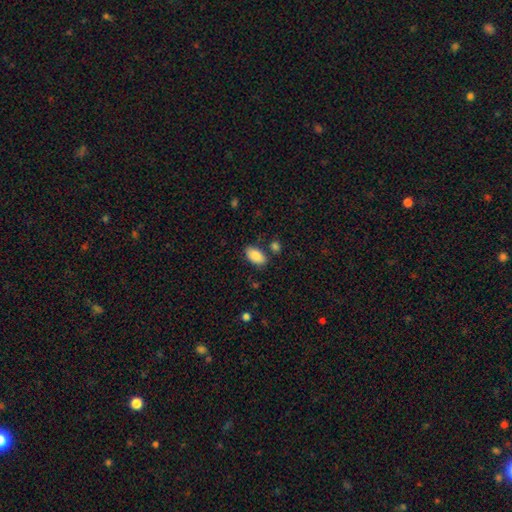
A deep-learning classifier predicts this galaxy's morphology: A smooth galaxy with no disk features (87%) that is in between round and cigar-shaped (94%). Merging: none (79%).